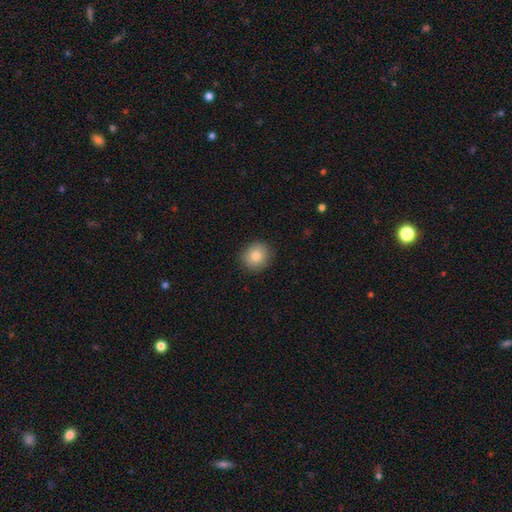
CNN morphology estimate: Smooth or featured? Predicted: smooth (p=0.82). How rounded? Predicted: round (p=0.84). Merging? Predicted: none (p=0.89).